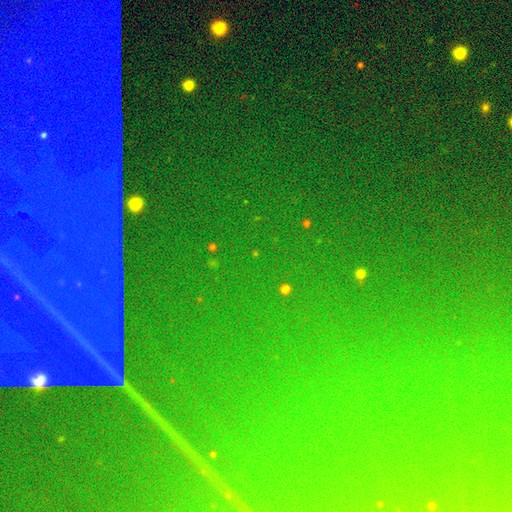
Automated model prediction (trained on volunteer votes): Smooth or featured? star or artifact (83%)